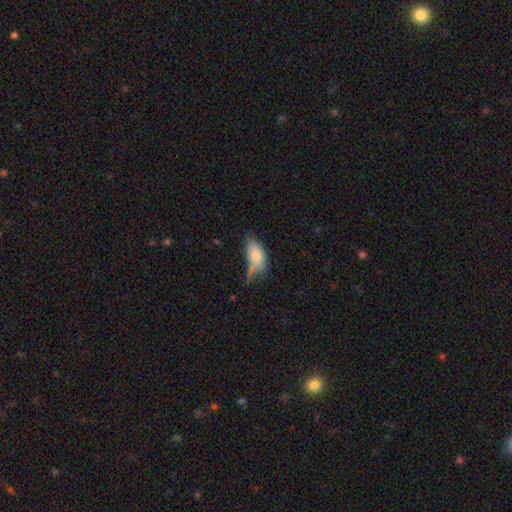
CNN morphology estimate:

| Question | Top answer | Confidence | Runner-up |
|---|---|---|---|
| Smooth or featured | smooth | 70% | featured or disk (22%) |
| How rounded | in between | 86% | cigar-shaped (10%) |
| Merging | none | 38% | minor disturbance (31%) |